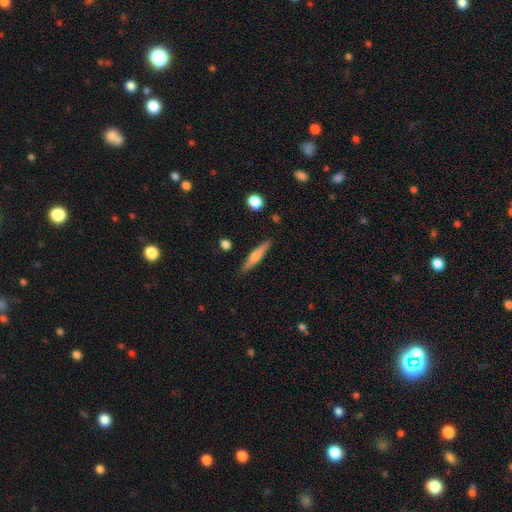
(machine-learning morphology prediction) Q: Smooth or featured?
A: smooth (48%); runner-up: featured or disk (46%)
Q: Merging?
A: none (88%); runner-up: minor disturbance (9%)